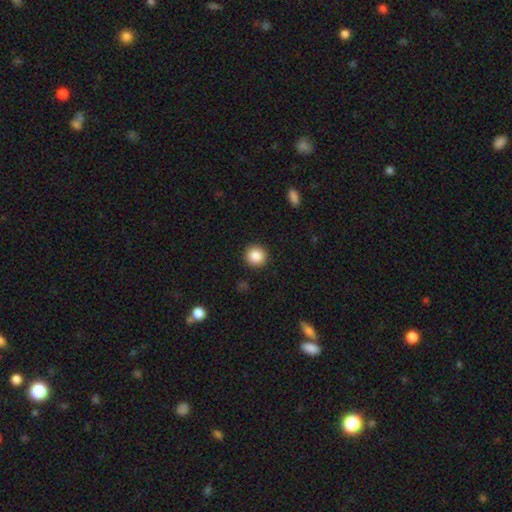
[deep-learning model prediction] Smooth or featured? smooth (87%)
How rounded? round (92%)
Merging? none (91%)